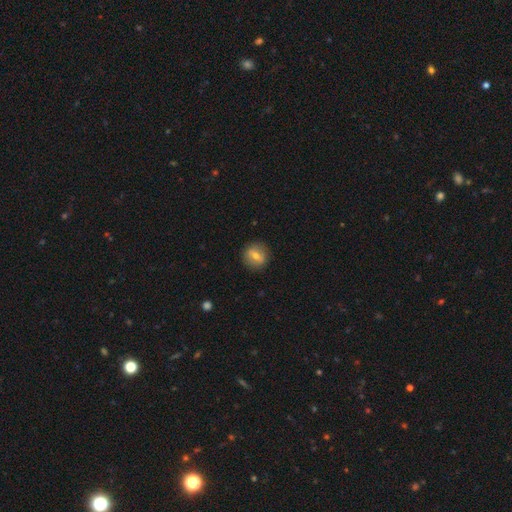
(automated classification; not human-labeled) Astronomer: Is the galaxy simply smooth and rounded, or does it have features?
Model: smooth — 51% (runner-up: featured or disk, 39%).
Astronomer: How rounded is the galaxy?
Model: round — 85%.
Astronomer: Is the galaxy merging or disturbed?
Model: none — 88%.